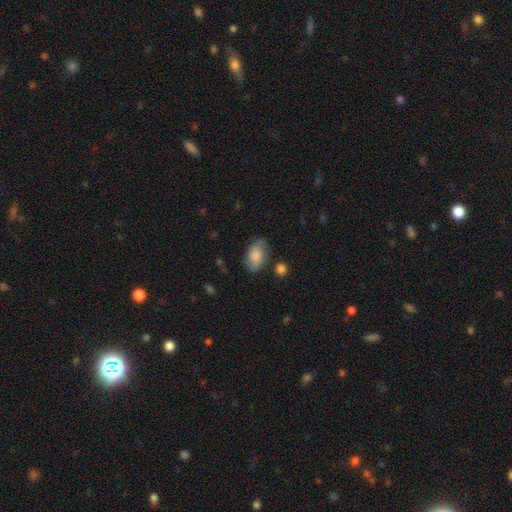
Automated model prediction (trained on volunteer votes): This is likely a smooth galaxy (61%). How rounded: clearly in between (88%). Merging: likely none (71%).